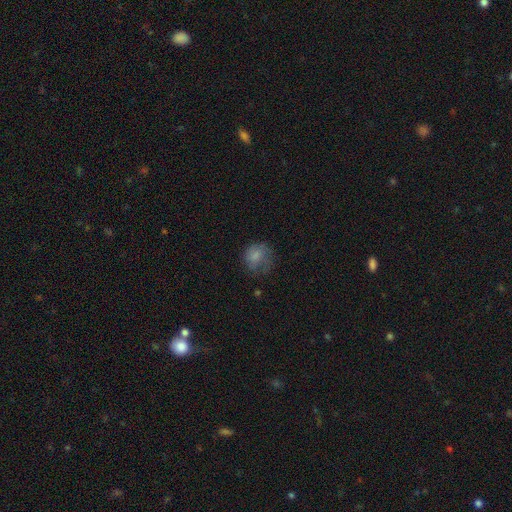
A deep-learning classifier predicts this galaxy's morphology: Smooth or featured: smooth — 74% (featured or disk — 16%)
How rounded: round — 70% (in between — 29%)
Merging: none — 48% (minor disturbance — 28%)